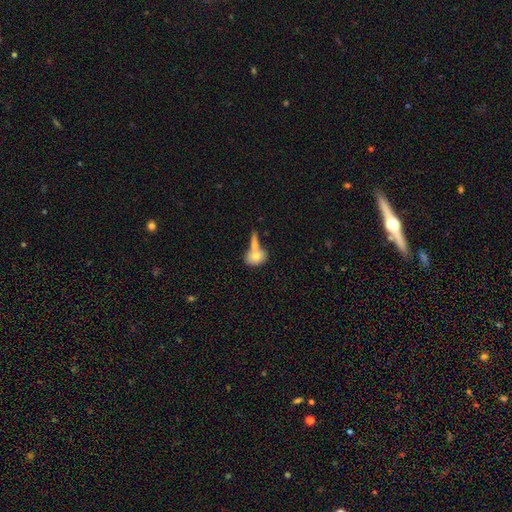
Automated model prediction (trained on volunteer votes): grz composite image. It shows a smooth galaxy with no disk features (72%) that is in between round and cigar-shaped (63%). Merging: merger (51%).